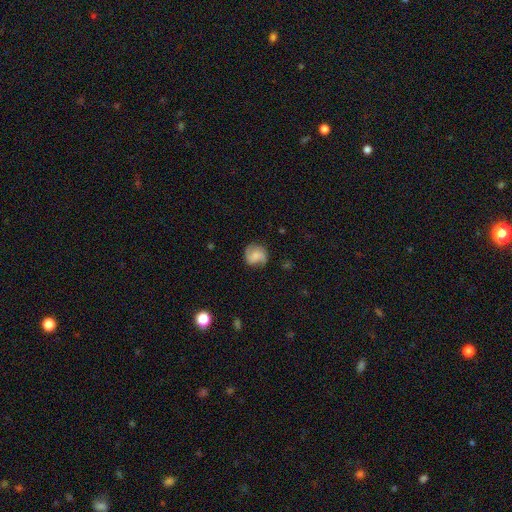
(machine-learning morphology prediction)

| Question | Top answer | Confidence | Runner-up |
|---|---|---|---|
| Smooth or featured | featured or disk | 52% | smooth (39%) |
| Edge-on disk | no | 97% | yes (3%) |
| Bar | no | 62% | weak (31%) |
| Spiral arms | yes | 91% | no (9%) |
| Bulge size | small | 32% | moderate (29%) |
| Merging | none | 75% | minor disturbance (17%) |